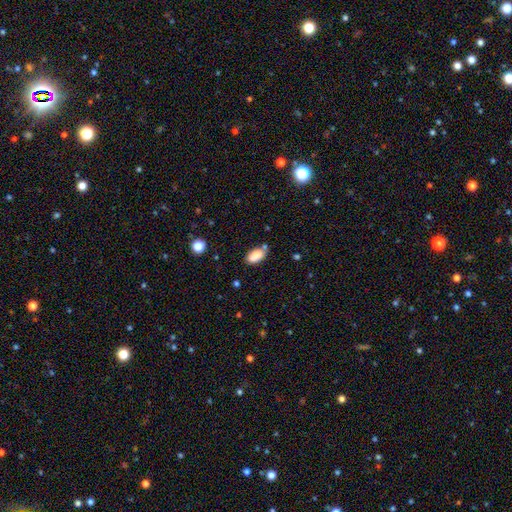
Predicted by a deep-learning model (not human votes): This is clearly a smooth galaxy (87%). How rounded: clearly in between (93%). Merging: likely none (70%).